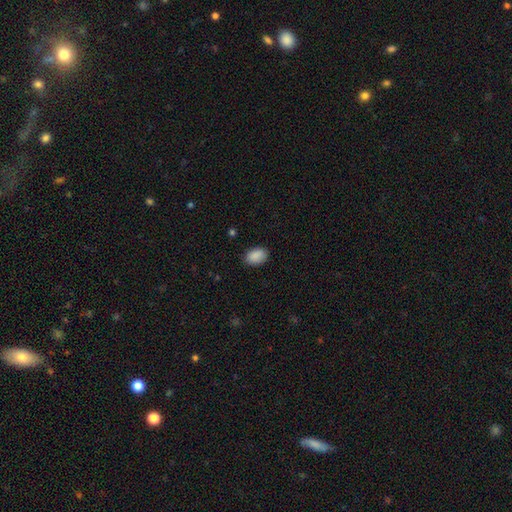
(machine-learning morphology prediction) smooth-or-featured: smooth: 90% | star or artifact: 7% | featured or disk: 3%
  how-rounded: in between: 86% | round: 13% | cigar-shaped: 1%
  merging: none: 84% | minor disturbance: 12% | major disturbance: 3% | merger: 1%